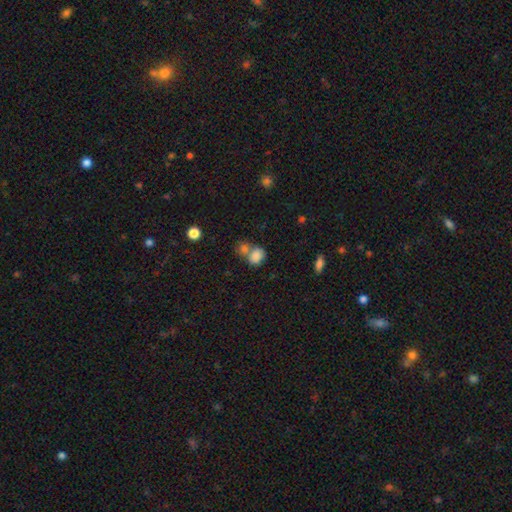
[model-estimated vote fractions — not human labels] The model was most divided on "how rounded": in between: 52%, round: 47%, cigar-shaped: 1%. Remaining: smooth or featured — smooth (82%); merging — merger (47%).